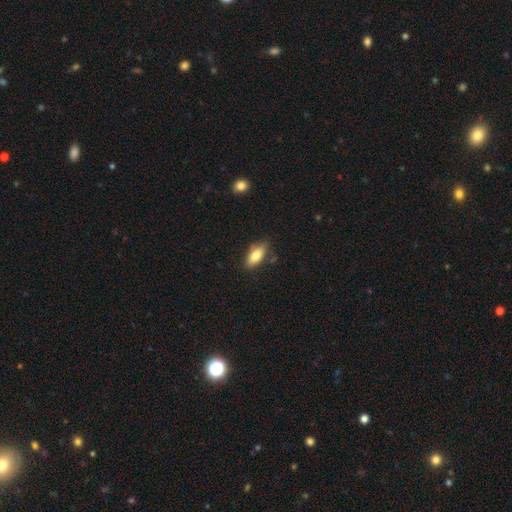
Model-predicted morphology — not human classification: type=smooth (79%); roundness=in between (81%); merging=none (75%).